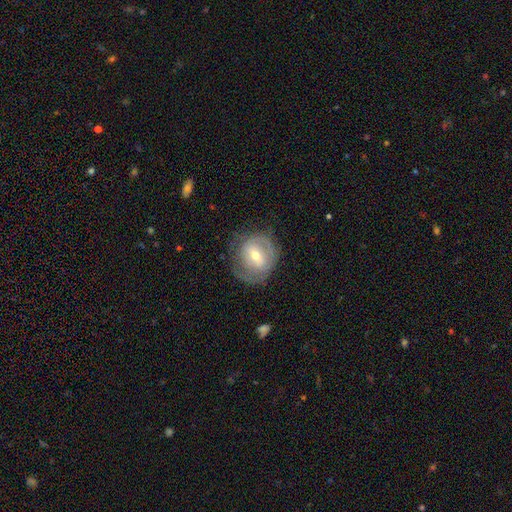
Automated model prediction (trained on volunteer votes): A featured or disk galaxy (61%) with a weak bar (45%), spiral arms (57%) and a moderate central bulge (58%).

Vote fractions:
- Smooth or featured? featured or disk: 61% / smooth: 32% / star or artifact: 7%
- Edge-on disk? no: 95% / yes: 5%
- Bar? weak: 45% / no: 32% / strong: 23%
- Spiral arms? yes: 57% / no: 43%
- Bulge size? moderate: 58% / small: 37% / large: 3% / none: 1% / dominant: 1%
- Merging? none: 63% / minor disturbance: 22% / major disturbance: 13% / merger: 2%